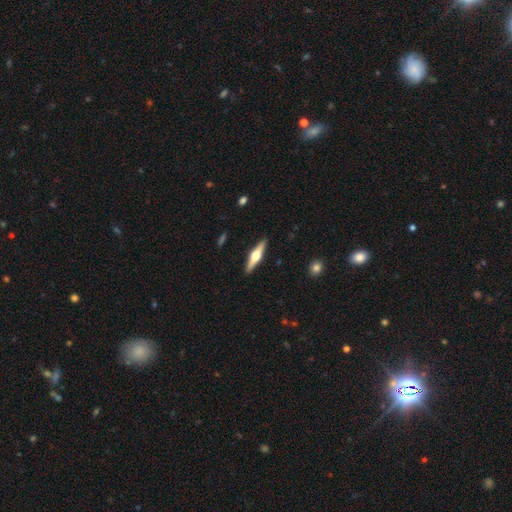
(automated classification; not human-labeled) The model was most divided on "smooth or featured": featured or disk: 70%, smooth: 24%, star or artifact: 5%. More confident: edge-on disk — yes (97%); edge-on bulge — rounded (95%); merging — none (91%).